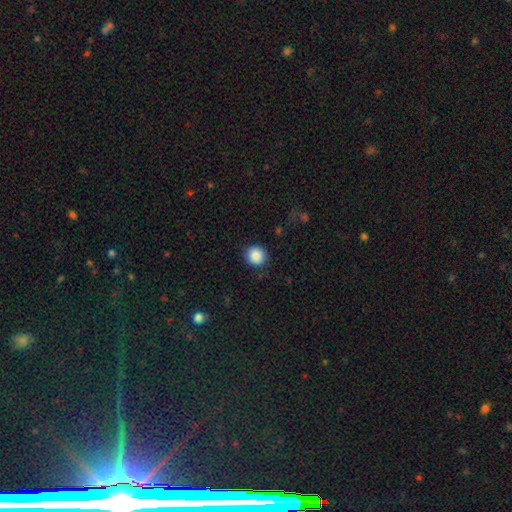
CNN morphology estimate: Q: Smooth or featured?
A: smooth (87%); runner-up: star or artifact (9%)
Q: How rounded?
A: round (90%); runner-up: in between (9%)
Q: Merging?
A: none (88%); runner-up: minor disturbance (8%)